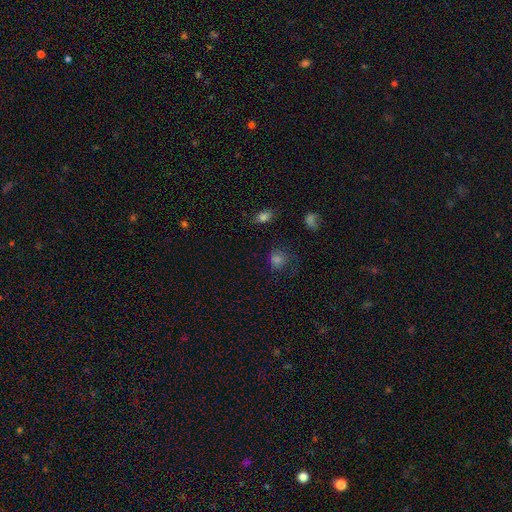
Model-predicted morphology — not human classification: Smooth or featured? smooth (71%)
How rounded? round (75%)
Merging? none (72%)